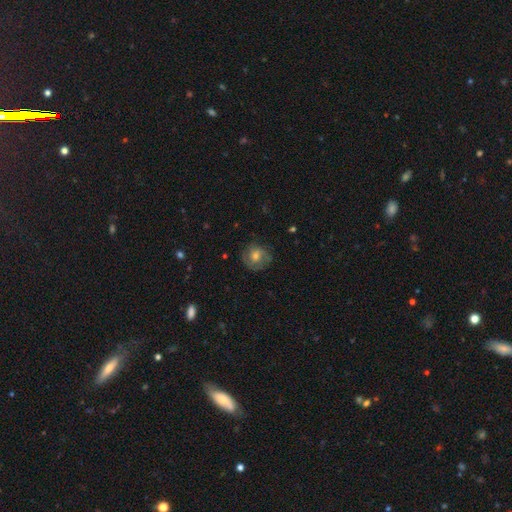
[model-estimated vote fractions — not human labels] Smooth or featured?
  - featured or disk: 58% *
  - smooth: 33%
  - star or artifact: 9%
Edge-on disk?
  - no: 97% *
  - yes: 3%
Bar?
  - no: 70% *
  - weak: 26%
  - strong: 5%
Spiral arms?
  - yes: 85% *
  - no: 15%
Bulge size?
  - moderate: 61% *
  - small: 32%
  - large: 4%
  - none: 2%
  - dominant: 1%
Merging?
  - none: 75% *
  - minor disturbance: 17%
  - major disturbance: 6%
  - merger: 1%